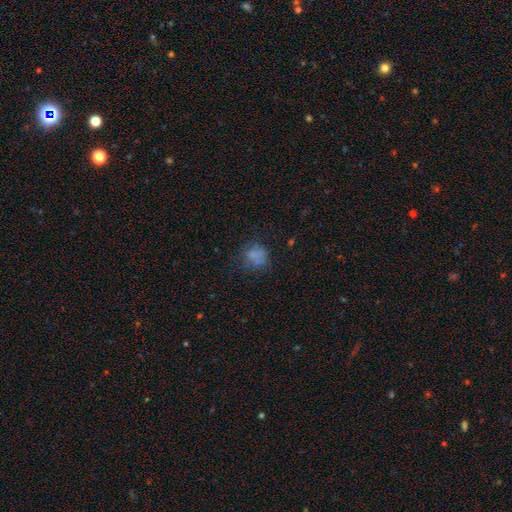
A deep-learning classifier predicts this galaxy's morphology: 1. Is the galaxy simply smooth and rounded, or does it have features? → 62% smooth, 22% featured or disk, 17% star or artifact.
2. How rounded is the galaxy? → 72% round, 27% in between, 1% cigar-shaped.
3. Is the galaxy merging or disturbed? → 56% none, 21% minor disturbance, 17% major disturbance, 6% merger.